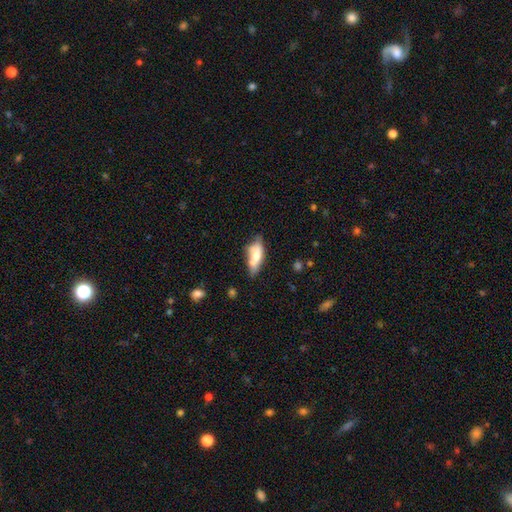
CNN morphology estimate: This appears to be a smooth galaxy with no disk features (64%) that is in between round and cigar-shaped (62%). Merging: none (46%).